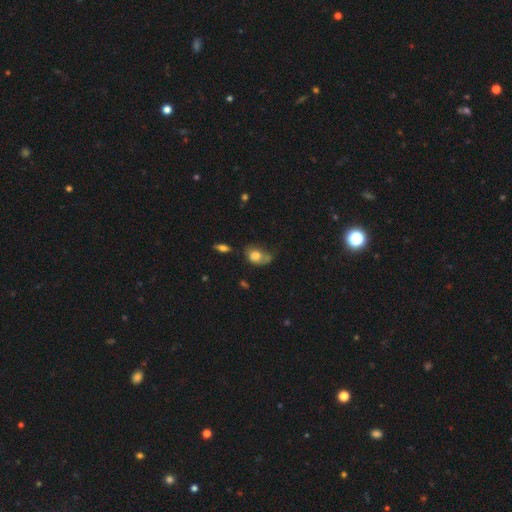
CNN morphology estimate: A smooth galaxy with no disk features (72%) that is in between round and cigar-shaped (75%). Merging: minor disturbance (35%).